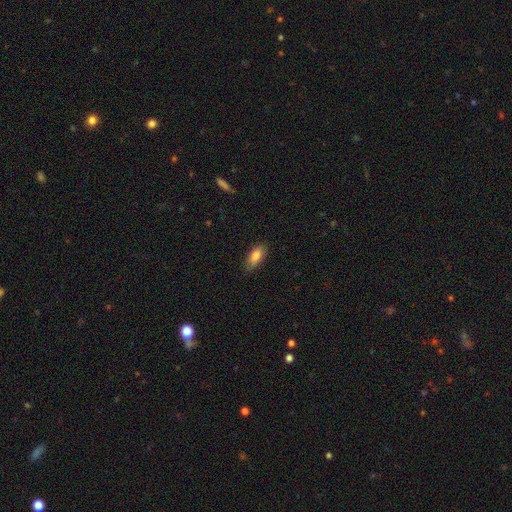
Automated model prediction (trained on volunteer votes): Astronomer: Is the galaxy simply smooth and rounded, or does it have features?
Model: smooth — 82%.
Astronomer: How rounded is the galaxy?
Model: in between — 84%.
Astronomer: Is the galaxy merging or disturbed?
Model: none — 81%.